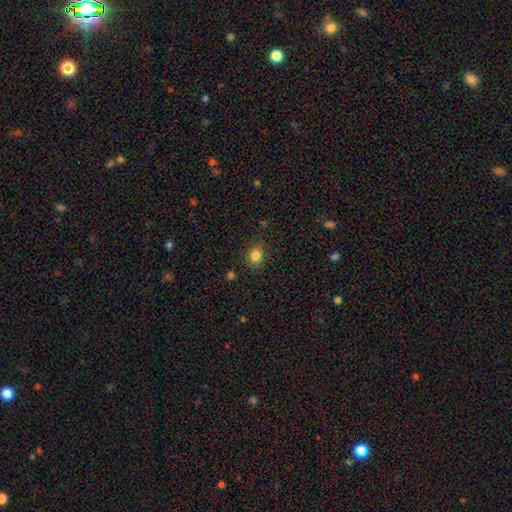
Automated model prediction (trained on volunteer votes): The model was most divided on "how rounded": round: 59%, in between: 40%, cigar-shaped: 1%. More confident: merging — none (84%); smooth or featured — smooth (83%).